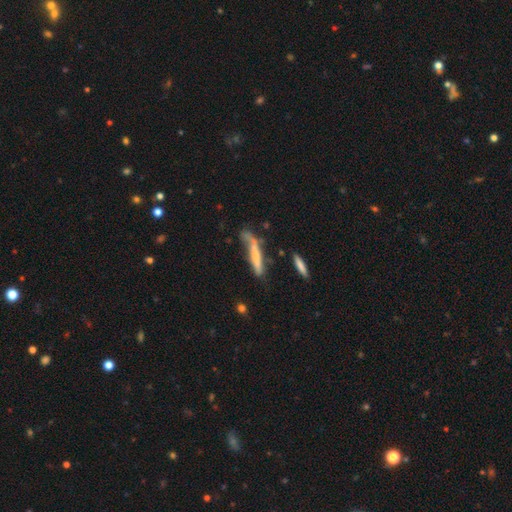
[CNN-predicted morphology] type=featured or disk (48%); merging=none (42%).